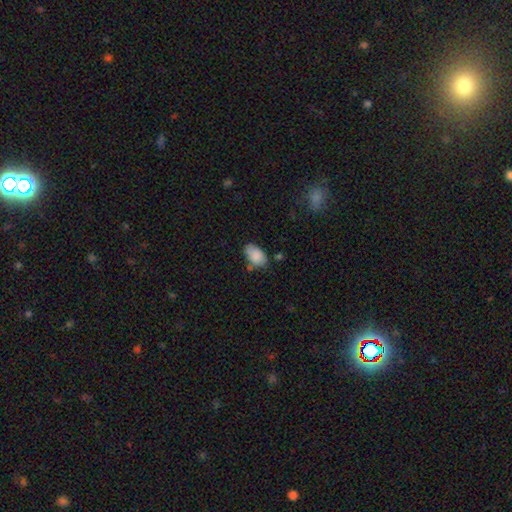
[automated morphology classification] type=smooth (85%); roundness=in between (92%); merging=none (63%).